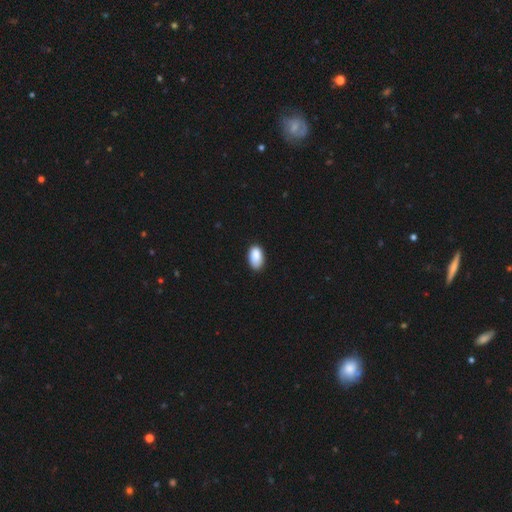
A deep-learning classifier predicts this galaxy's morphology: The model was most divided on "merging": none: 78%, minor disturbance: 18%, major disturbance: 3%, merger: 1%. More confident: how rounded — in between (94%); smooth or featured — smooth (88%).